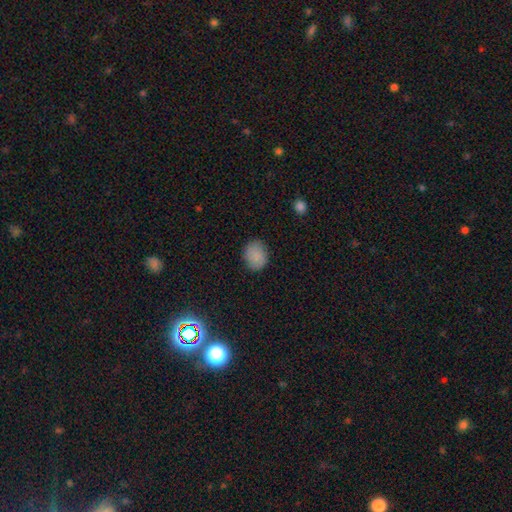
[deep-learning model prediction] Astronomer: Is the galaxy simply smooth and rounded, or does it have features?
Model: smooth — 86%.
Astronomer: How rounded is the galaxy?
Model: round — 58% (runner-up: in between, 42%).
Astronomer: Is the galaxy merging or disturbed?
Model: none — 84%.